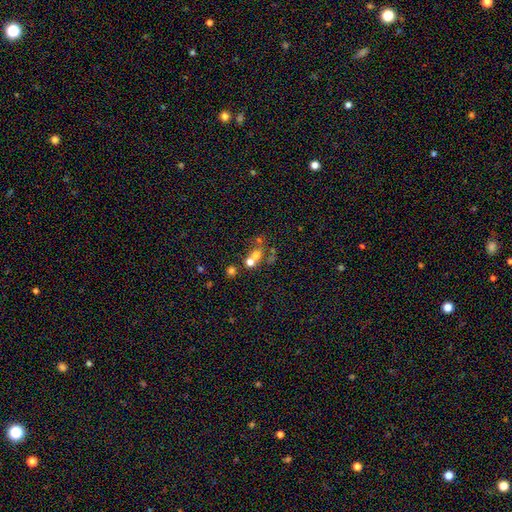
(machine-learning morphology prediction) Smooth or featured: smooth — 59% (star or artifact — 22%)
How rounded: round — 80% (in between — 19%)
Merging: merger — 47% (none — 41%)